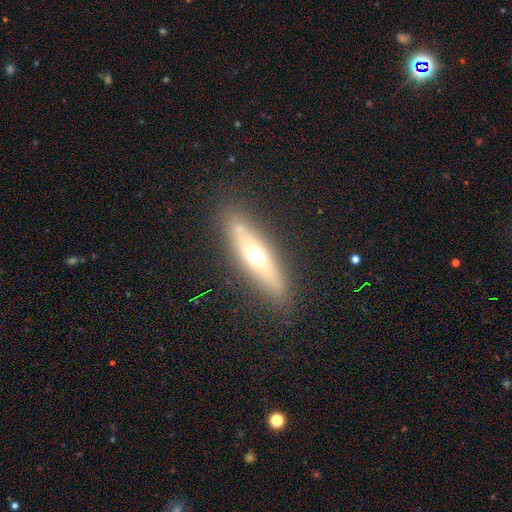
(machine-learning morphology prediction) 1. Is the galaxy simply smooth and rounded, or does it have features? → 49% smooth, 42% featured or disk, 9% star or artifact.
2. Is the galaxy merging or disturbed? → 85% none, 10% minor disturbance, 4% major disturbance, 2% merger.